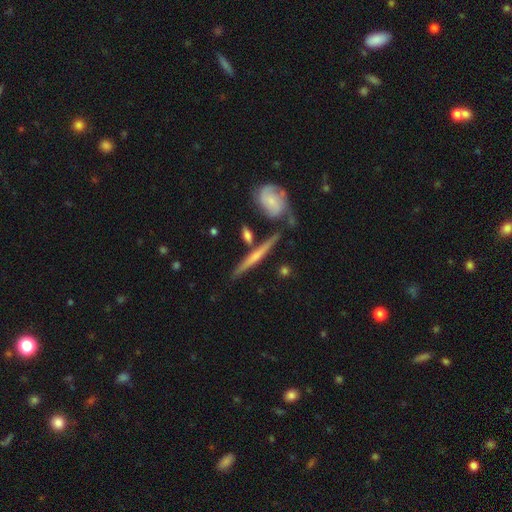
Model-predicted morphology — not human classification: type=featured or disk (64%); edge-on=yes (93%); edge-on bulge=none (52%); merging=none (72%).